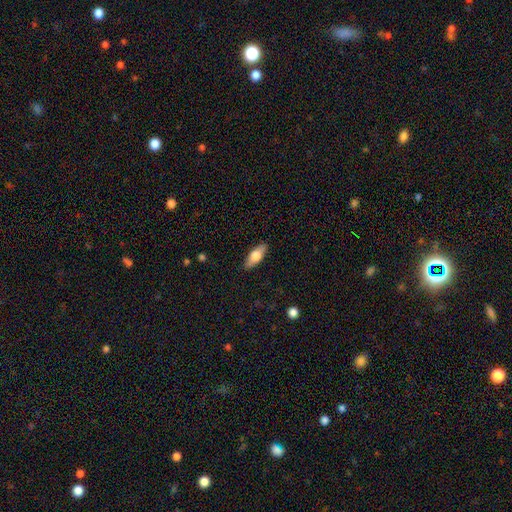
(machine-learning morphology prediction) smooth-or-featured: smooth: 65% | featured or disk: 29% | star or artifact: 6%
  how-rounded: in between: 74% | cigar-shaped: 24% | round: 3%
  merging: none: 88% | minor disturbance: 9% | major disturbance: 2% | merger: 1%